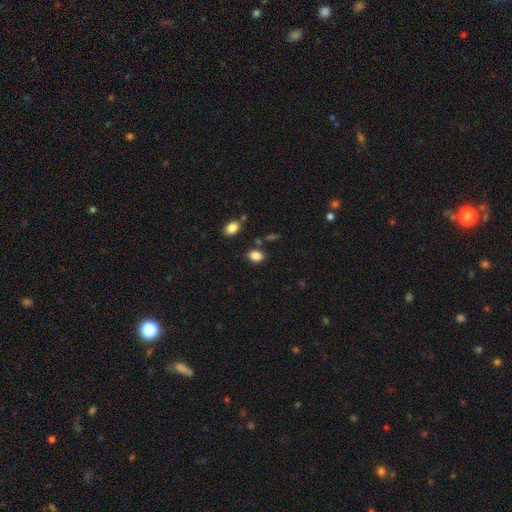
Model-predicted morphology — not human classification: smooth 86%, star or artifact 10%, featured or disk 4%. Down the decision tree: how rounded — in between (76%); merging — none (81%).